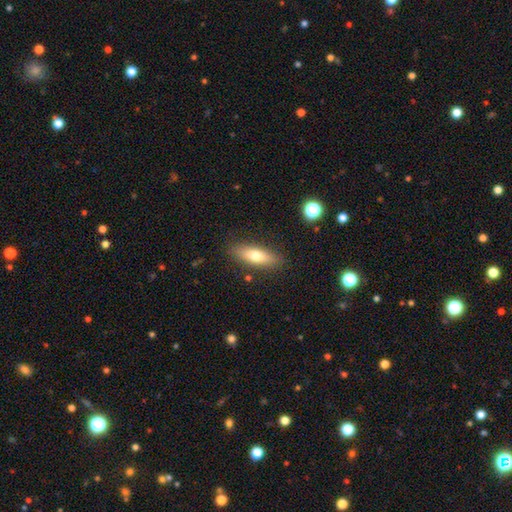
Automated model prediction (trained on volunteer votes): This appears to be a smooth galaxy with no disk features (69%) that is in between round and cigar-shaped (54%). Merging: none (85%).